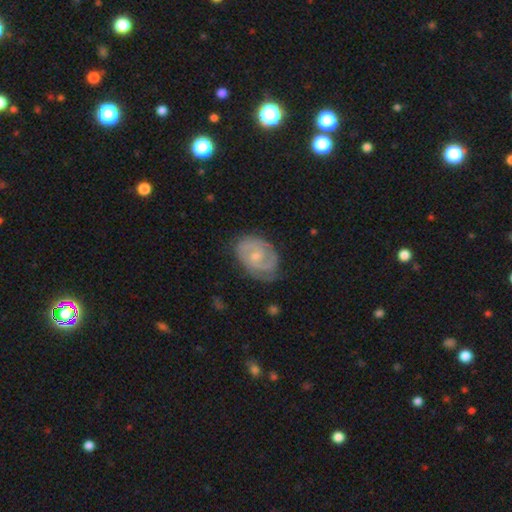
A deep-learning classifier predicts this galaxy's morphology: The model was most divided on "bar": no: 56%, weak: 37%, strong: 7%. More confident: edge-on disk — no (97%); spiral arms — yes (91%); smooth or featured — featured or disk (78%); merging — none (69%); spiral arm count — 2 (64%); bulge size — small (60%); spiral winding — tight (58%).